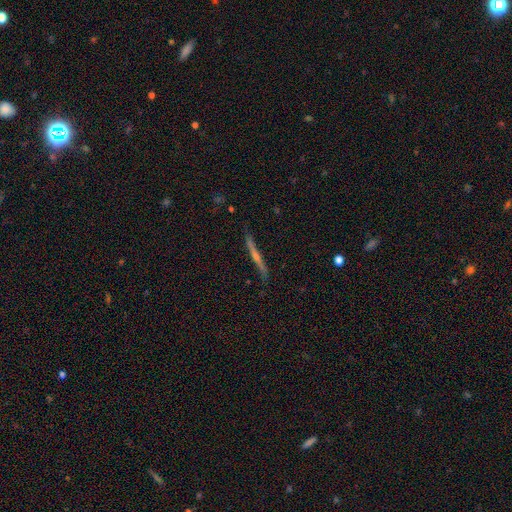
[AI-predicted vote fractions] A featured or disk galaxy (72%) viewed edge-on (97%) with a rounded central bulge (61%).

Vote fractions:
- Smooth or featured? featured or disk: 72% / smooth: 21% / star or artifact: 7%
- Edge-on disk? yes: 97% / no: 3%
- Edge-on bulge? rounded: 61% / none: 32% / boxy: 8%
- Merging? none: 88% / minor disturbance: 9% / major disturbance: 2% / merger: 1%